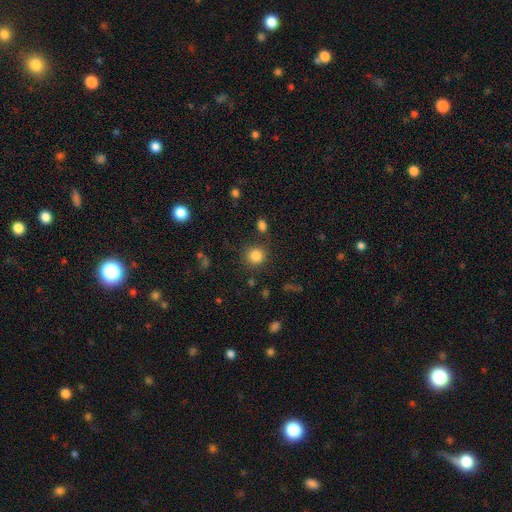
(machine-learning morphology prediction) Overall: smooth (84%). How rounded: round (91%). Merging: none (83%).